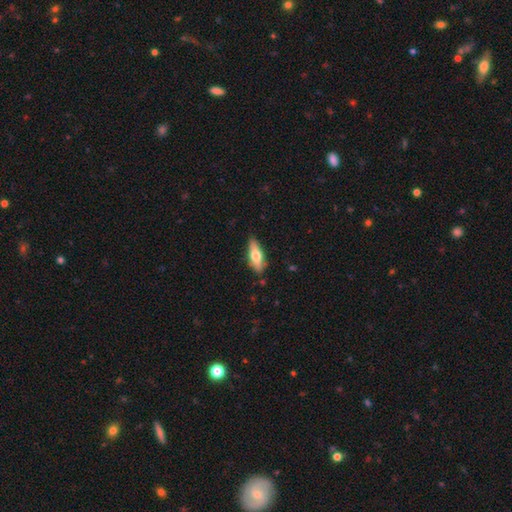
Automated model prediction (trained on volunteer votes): Overall: smooth (59%; featured or disk 35%). How rounded: in between (63%; cigar-shaped 35%). Merging: none (83%).